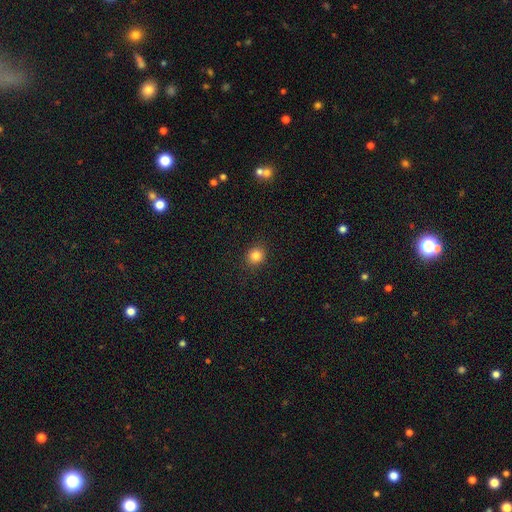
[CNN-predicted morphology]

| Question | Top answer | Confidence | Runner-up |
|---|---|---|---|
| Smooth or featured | smooth | 84% | star or artifact (11%) |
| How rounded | round | 85% | in between (15%) |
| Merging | none | 90% | minor disturbance (7%) |